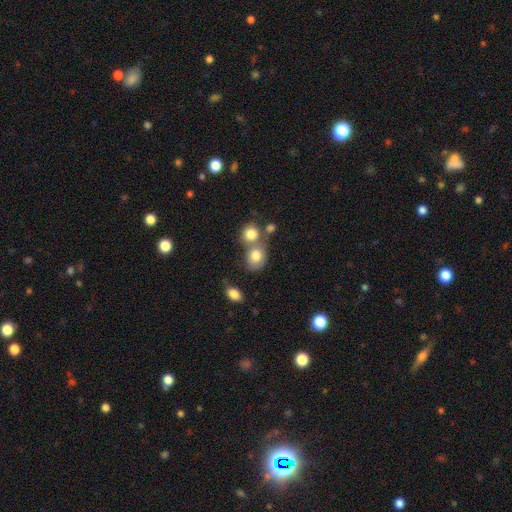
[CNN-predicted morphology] Q: Smooth or featured?
A: smooth (79%); runner-up: featured or disk (12%)
Q: How rounded?
A: round (55%); runner-up: in between (44%)
Q: Merging?
A: merger (47%); runner-up: none (36%)